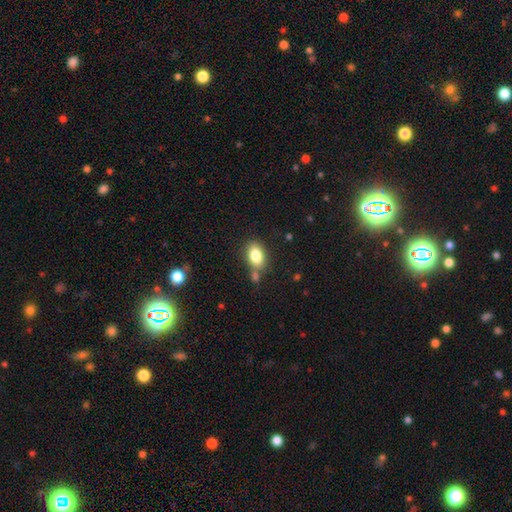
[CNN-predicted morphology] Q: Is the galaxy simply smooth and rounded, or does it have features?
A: smooth — 81%.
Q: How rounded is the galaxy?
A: in between — 84%.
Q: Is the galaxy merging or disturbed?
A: none — 68%.